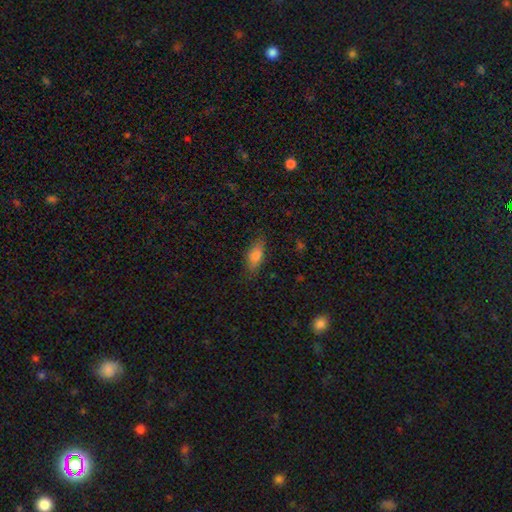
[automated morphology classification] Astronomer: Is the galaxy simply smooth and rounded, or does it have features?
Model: smooth — 78%.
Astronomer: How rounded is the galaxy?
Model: in between — 81%.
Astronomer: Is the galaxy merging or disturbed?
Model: none — 81%.